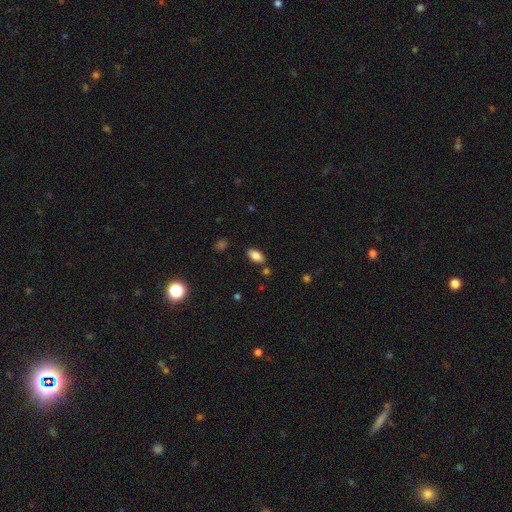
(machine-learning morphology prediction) Q: Smooth or featured?
A: smooth (83%); runner-up: star or artifact (9%)
Q: How rounded?
A: in between (92%); runner-up: cigar-shaped (5%)
Q: Merging?
A: none (80%); runner-up: minor disturbance (12%)